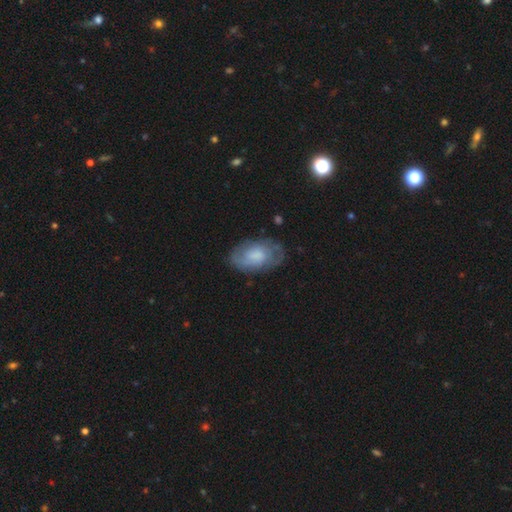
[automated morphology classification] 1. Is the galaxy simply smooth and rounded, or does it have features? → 52% featured or disk, 41% smooth, 7% star or artifact.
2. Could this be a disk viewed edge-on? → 96% no, 4% yes.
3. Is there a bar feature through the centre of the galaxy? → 70% no, 26% weak, 4% strong.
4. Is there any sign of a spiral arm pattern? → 75% yes, 25% no.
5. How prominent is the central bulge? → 29% moderate, 24% large, 22% none, 22% small, 3% dominant.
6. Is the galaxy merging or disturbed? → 72% none, 19% minor disturbance, 7% major disturbance, 1% merger.